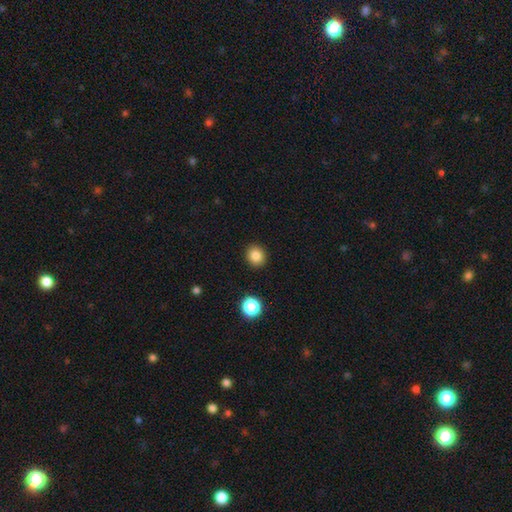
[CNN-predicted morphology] smooth 83%, star or artifact 11%, featured or disk 5%. Down the decision tree: how rounded — round (79%); merging — none (91%).